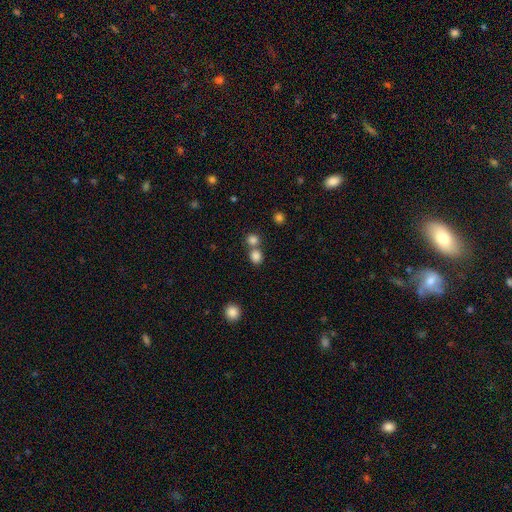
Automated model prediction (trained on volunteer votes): This is clearly a smooth galaxy (83%). How rounded: likely round (73%). Merging: possibly none (54%).